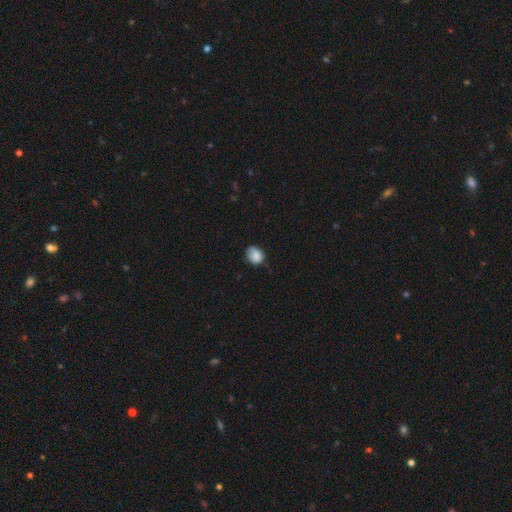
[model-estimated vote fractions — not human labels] Overall: smooth (83%). How rounded: round (59%; in between 40%). Merging: none (60%; minor disturbance 32%).